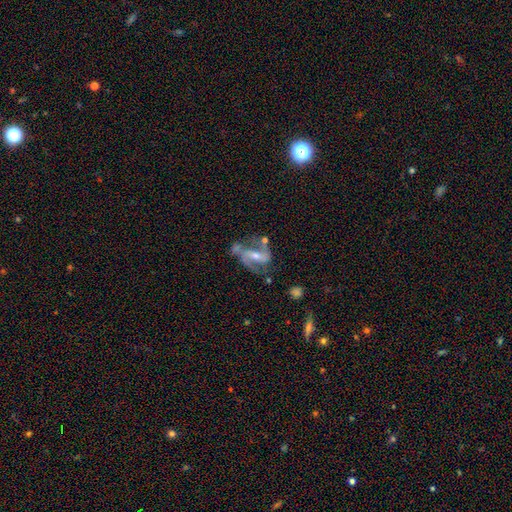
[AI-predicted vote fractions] Q: Smooth or featured?
A: featured or disk (83%); runner-up: smooth (11%)
Q: Edge-on disk?
A: no (95%); runner-up: yes (5%)
Q: Bar?
A: strong (52%); runner-up: weak (32%)
Q: Spiral arms?
A: yes (91%); runner-up: no (9%)
Q: Spiral winding?
A: medium (49%); runner-up: loose (33%)
Q: Spiral arm count?
A: 2 (85%); runner-up: can't tell (5%)
Q: Bulge size?
A: moderate (50%); runner-up: small (43%)
Q: Merging?
A: none (47%); runner-up: minor disturbance (21%)